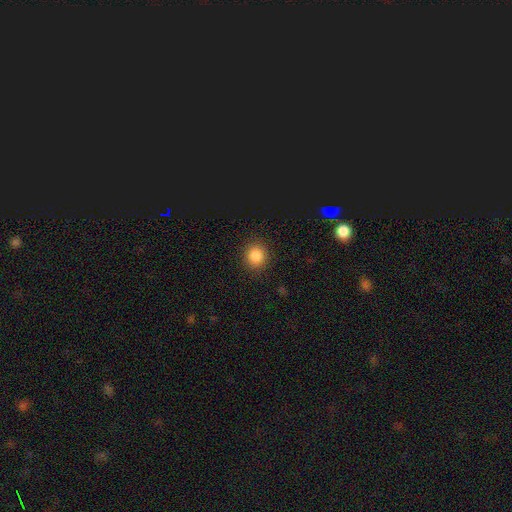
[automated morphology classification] This appears to be a smooth galaxy with no disk features (86%) that is round (86%). Merging: none (90%).